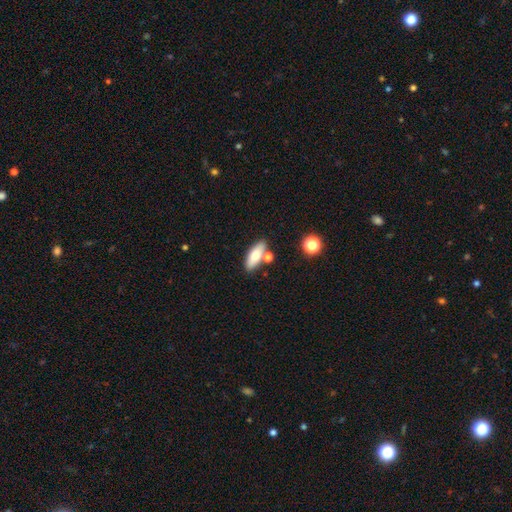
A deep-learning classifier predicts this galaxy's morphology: Q: Smooth or featured?
A: smooth (67%); runner-up: featured or disk (26%)
Q: How rounded?
A: in between (72%); runner-up: cigar-shaped (24%)
Q: Merging?
A: none (71%); runner-up: merger (15%)